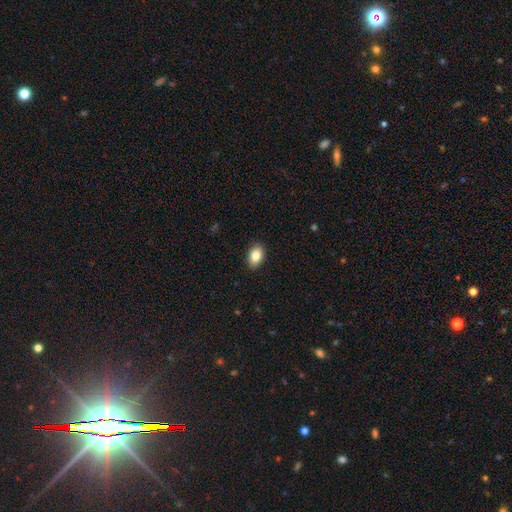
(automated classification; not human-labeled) This appears to be a smooth galaxy with no disk features (84%) that is in between round and cigar-shaped (89%). Merging: none (89%).